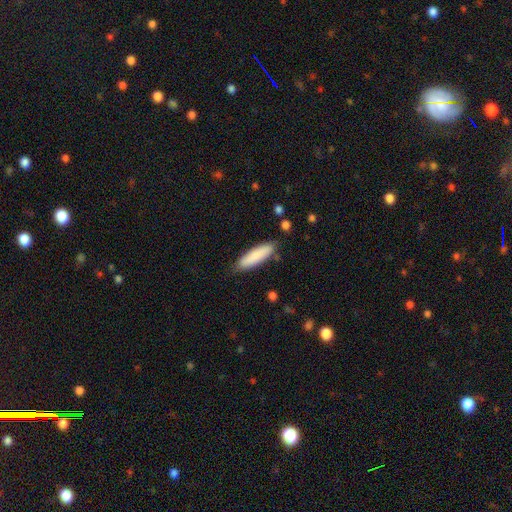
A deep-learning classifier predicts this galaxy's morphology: A smooth galaxy with no disk features (85%) that is cigar-shaped (63%).

Vote fractions:
- Smooth or featured? smooth: 85% / featured or disk: 9% / star or artifact: 6%
- How rounded? cigar-shaped: 63% / in between: 36% / round: 1%
- Merging? none: 82% / minor disturbance: 14% / major disturbance: 2% / merger: 2%